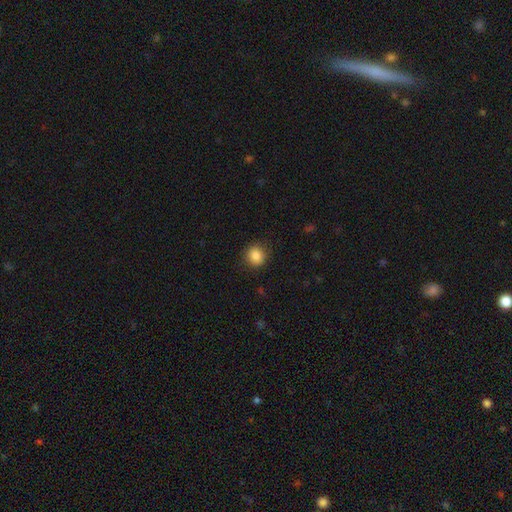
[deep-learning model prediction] Smooth or featured?
  - smooth: 86% *
  - star or artifact: 9%
  - featured or disk: 4%
How rounded?
  - round: 84% *
  - in between: 15%
  - cigar-shaped: 1%
Merging?
  - none: 87% *
  - minor disturbance: 10%
  - major disturbance: 3%
  - merger: 1%